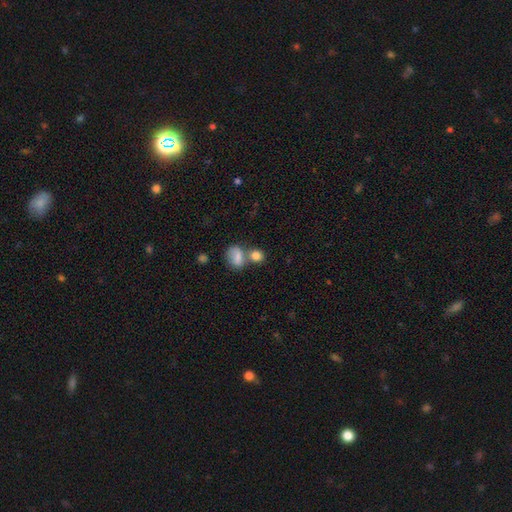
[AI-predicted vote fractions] Smooth or featured?
  - smooth: 81% *
  - star or artifact: 10%
  - featured or disk: 9%
How rounded?
  - round: 63% *
  - in between: 35%
  - cigar-shaped: 2%
Merging?
  - none: 43% *
  - merger: 42%
  - minor disturbance: 10%
  - major disturbance: 5%